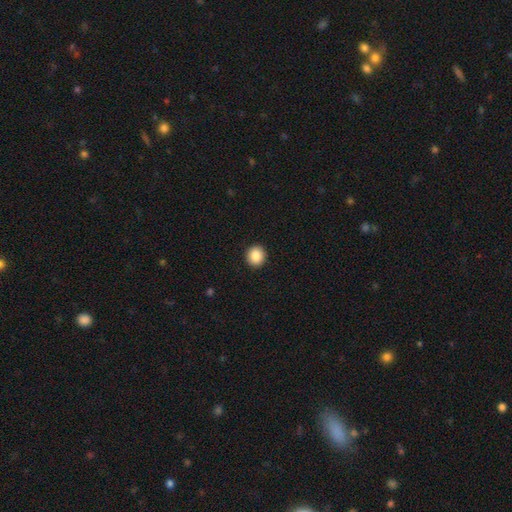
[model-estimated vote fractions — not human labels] Morphology: type=smooth (87%); roundness=round (90%); merging=none (93%).